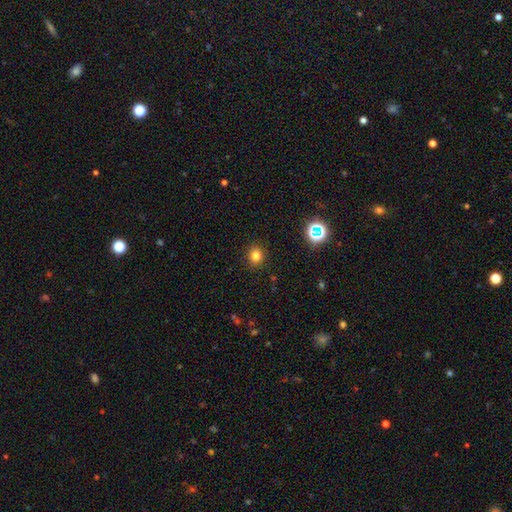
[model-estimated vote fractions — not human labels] smooth_or_featured: smooth (p=0.78) [alt: star or artifact p=0.16]
how_rounded: round (p=0.81) [alt: in between p=0.18]
merging: none (p=0.90) [alt: minor disturbance p=0.07]